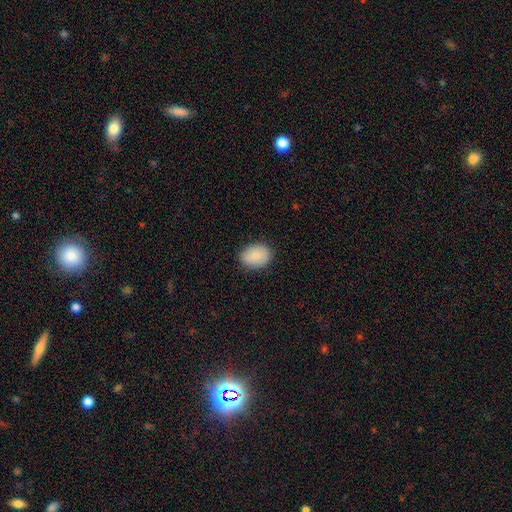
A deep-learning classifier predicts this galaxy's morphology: Smooth or featured? Predicted: smooth (p=0.84). How rounded? Predicted: in between (p=0.69). Merging? Predicted: none (p=0.85).